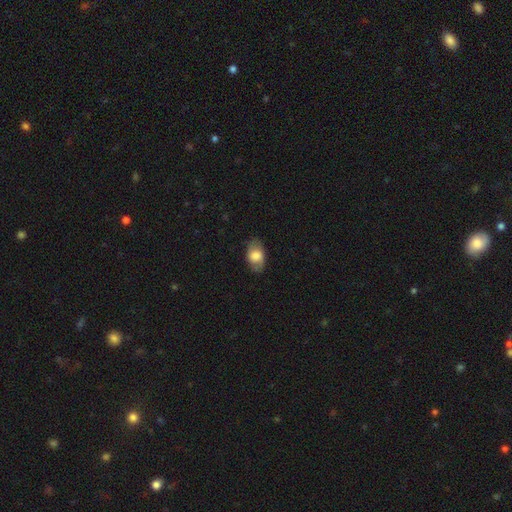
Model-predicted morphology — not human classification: Smooth or featured: smooth — 71% (featured or disk — 22%)
How rounded: in between — 87% (round — 11%)
Merging: none — 78% (minor disturbance — 16%)